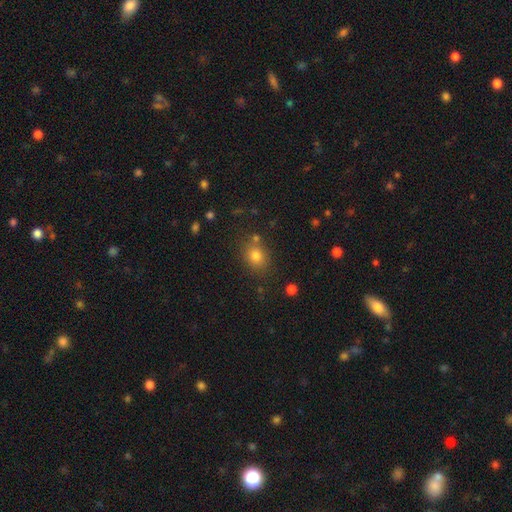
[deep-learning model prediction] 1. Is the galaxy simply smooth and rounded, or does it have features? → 78% smooth, 14% star or artifact, 8% featured or disk.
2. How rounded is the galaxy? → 59% round, 40% in between, 1% cigar-shaped.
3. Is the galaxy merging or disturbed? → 75% none, 12% minor disturbance, 9% merger, 4% major disturbance.